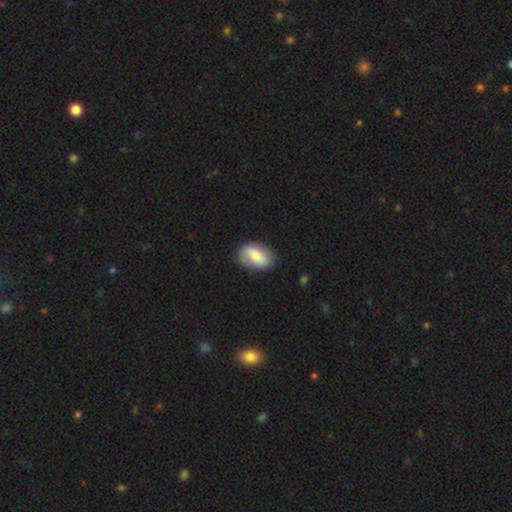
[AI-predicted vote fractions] Q: Smooth or featured?
A: smooth (65%); runner-up: featured or disk (29%)
Q: How rounded?
A: in between (85%); runner-up: round (13%)
Q: Merging?
A: none (82%); runner-up: minor disturbance (13%)